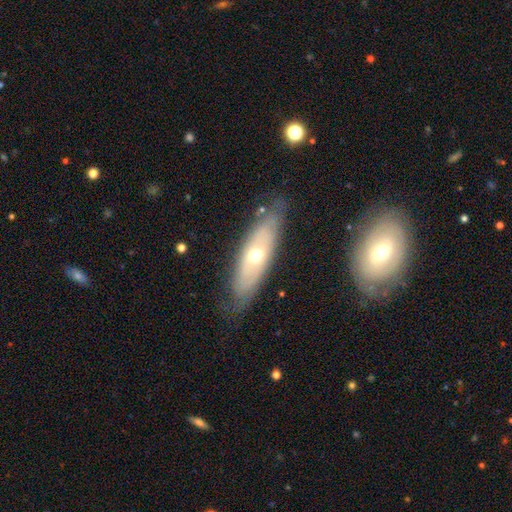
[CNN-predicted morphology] type=featured or disk (57%); edge-on=no (67%); merging=none (77%).